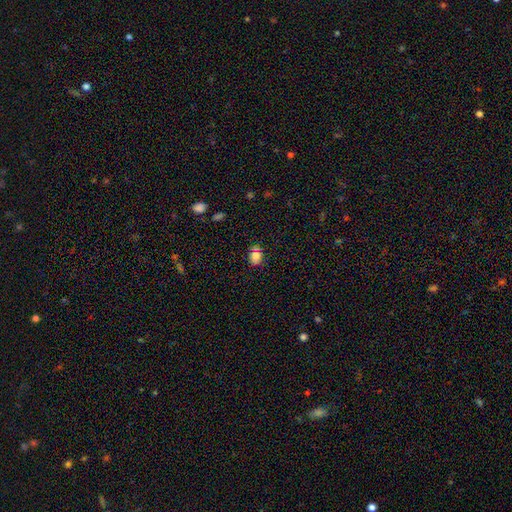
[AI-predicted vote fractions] smooth_or_featured: smooth (p=0.75) [alt: star or artifact p=0.19]
how_rounded: in between (p=0.51) [alt: round p=0.47]
merging: none (p=0.78) [alt: minor disturbance p=0.14]